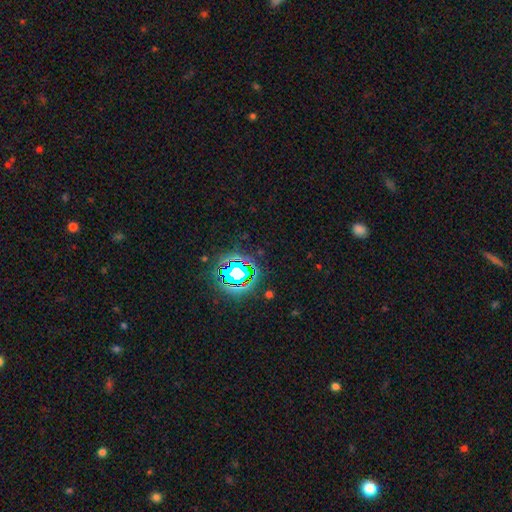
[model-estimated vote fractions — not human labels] smooth-or-featured: star or artifact: 78% | smooth: 13% | featured or disk: 9%